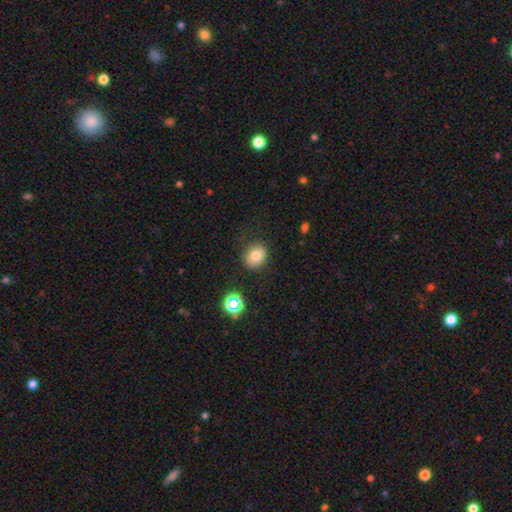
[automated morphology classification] This is likely a smooth galaxy (76%). How rounded: likely round (69%). Merging: clearly none (82%).